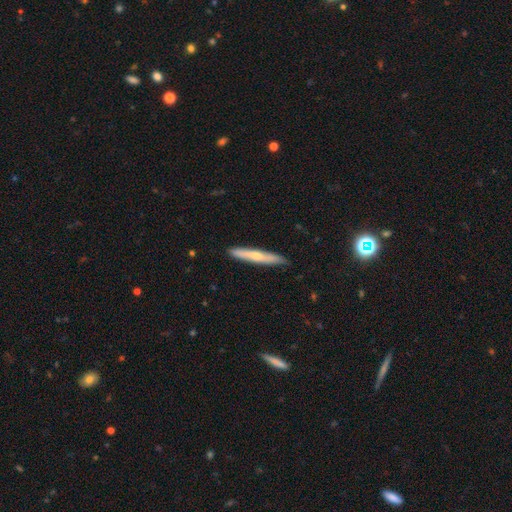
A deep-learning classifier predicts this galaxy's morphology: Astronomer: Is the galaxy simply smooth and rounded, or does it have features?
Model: smooth — 51% (runner-up: featured or disk, 44%).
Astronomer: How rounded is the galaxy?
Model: cigar-shaped — 94%.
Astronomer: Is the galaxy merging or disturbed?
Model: none — 88%.